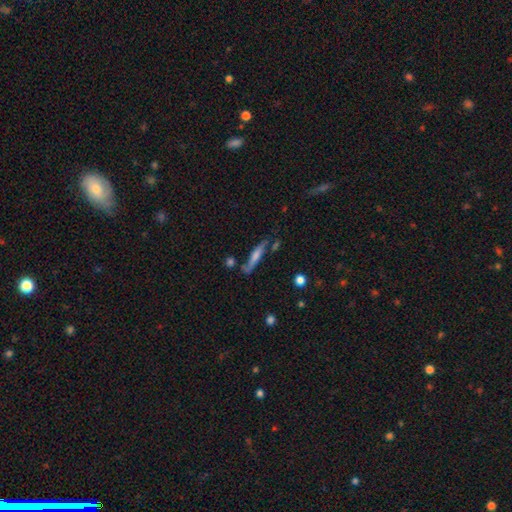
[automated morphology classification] Overall: featured or disk (56%; smooth 36%). Edge-on disk: yes (89%). Edge-on bulge: rounded (65%). Merging: none (72%).